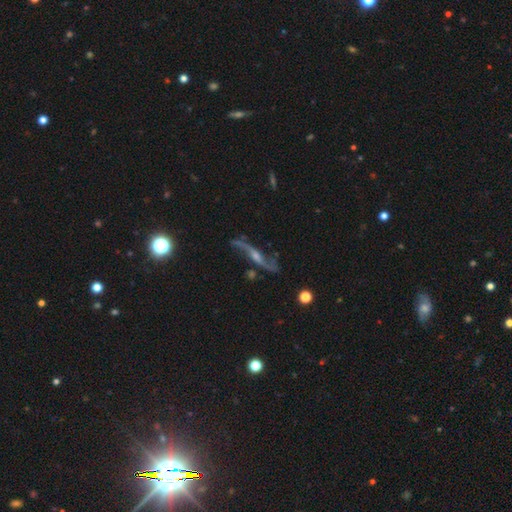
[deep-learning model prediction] Overall: featured or disk (83%). Edge-on disk: no (62%; yes 38%). Bar: no (41%; weak 36%). Spiral arms: yes (93%). Bulge size: small (43%; moderate 42%). Merging: none (72%).